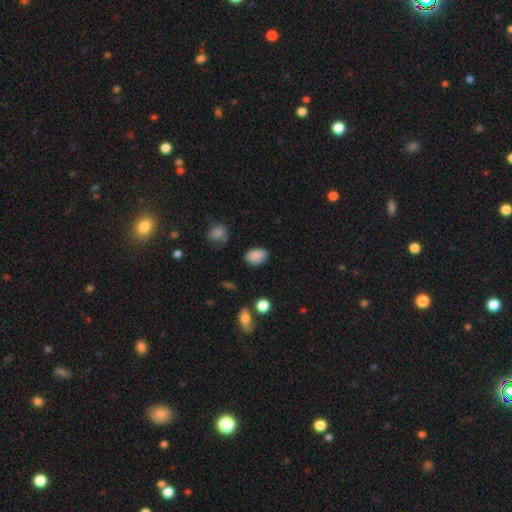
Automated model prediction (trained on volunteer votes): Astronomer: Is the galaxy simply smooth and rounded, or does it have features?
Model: smooth — 86%.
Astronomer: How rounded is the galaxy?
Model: in between — 81%.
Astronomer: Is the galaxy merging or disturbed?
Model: none — 80%.